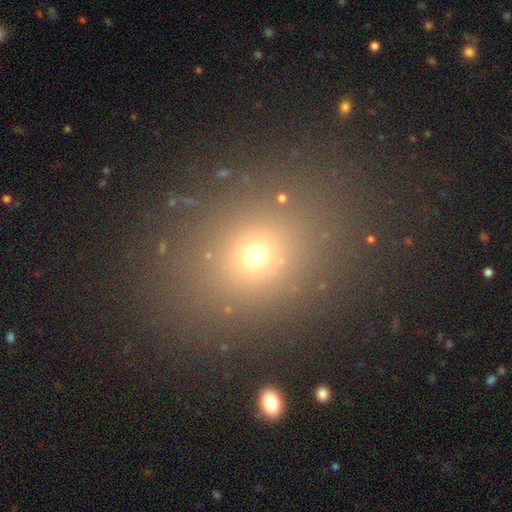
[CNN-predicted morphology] Smooth or featured?
  - smooth: 65% *
  - star or artifact: 25%
  - featured or disk: 10%
How rounded?
  - round: 53% *
  - in between: 46%
  - cigar-shaped: 1%
Merging?
  - none: 85% *
  - minor disturbance: 8%
  - major disturbance: 4%
  - merger: 2%